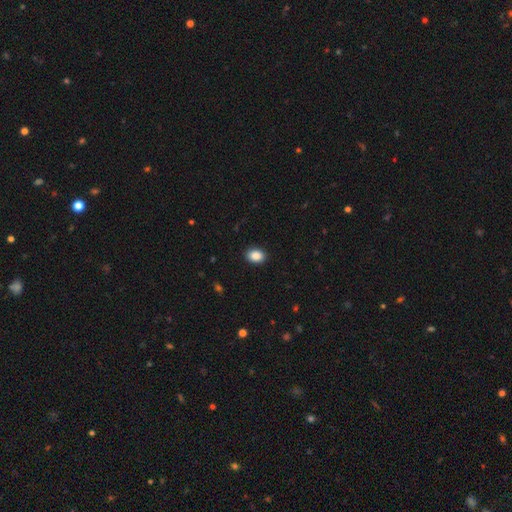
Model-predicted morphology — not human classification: type=smooth (89%); roundness=in between (74%); merging=none (90%).